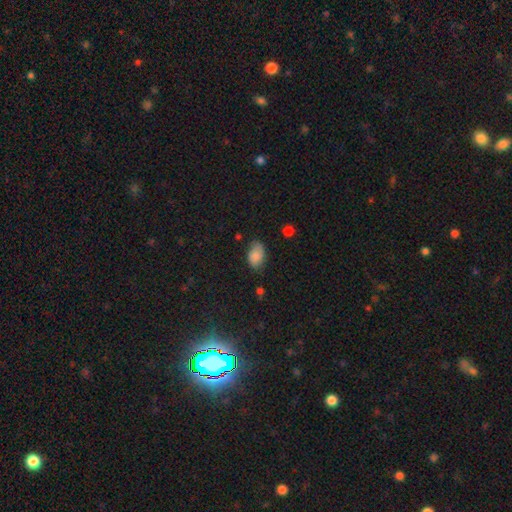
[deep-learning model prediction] smooth 76%, featured or disk 15%, star or artifact 9%. Down the decision tree: how rounded — in between (87%); merging — none (62%).